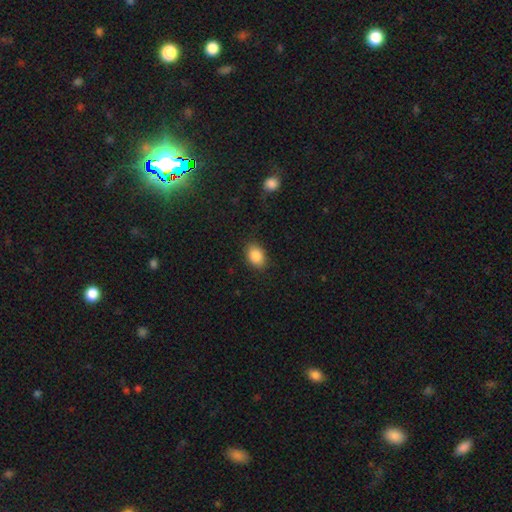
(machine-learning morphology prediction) Smooth or featured? Predicted: smooth (p=0.87). How rounded? Predicted: in between (p=0.77). Merging? Predicted: none (p=0.86).